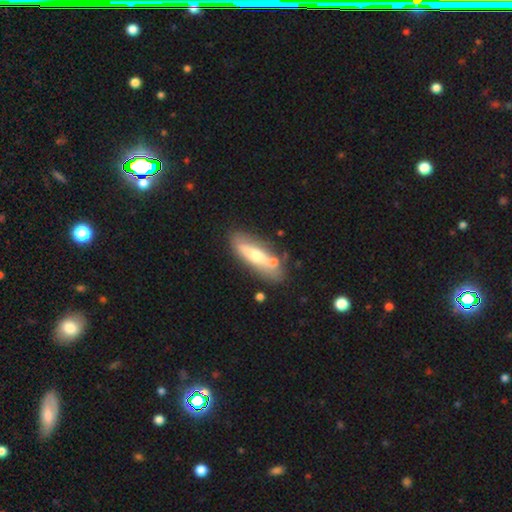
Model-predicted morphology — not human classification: Smooth or featured: smooth — 47% (featured or disk — 45%)
Merging: none — 69% (minor disturbance — 16%)